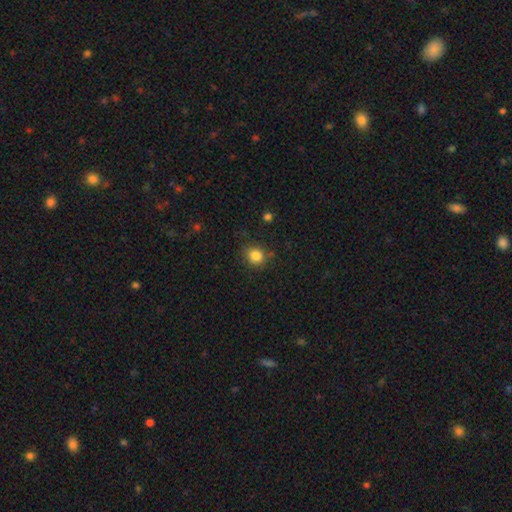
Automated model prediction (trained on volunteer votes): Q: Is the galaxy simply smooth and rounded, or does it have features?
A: smooth — 83%.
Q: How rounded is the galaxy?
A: round — 80%.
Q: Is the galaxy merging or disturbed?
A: none — 80%.